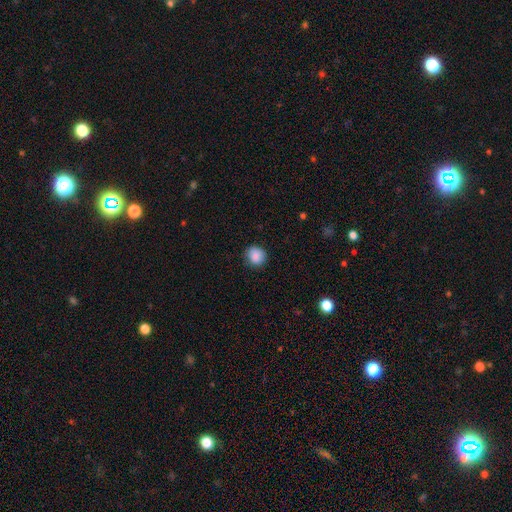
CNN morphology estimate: The model was most divided on "how rounded": round: 82%, in between: 17%, cigar-shaped: 1%. More confident: smooth or featured — smooth (88%); merging — none (85%).